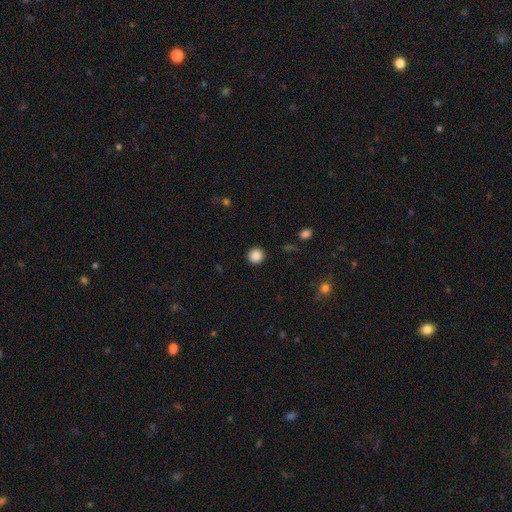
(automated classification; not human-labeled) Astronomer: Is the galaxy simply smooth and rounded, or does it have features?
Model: smooth — 88%.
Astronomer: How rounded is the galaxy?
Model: round — 92%.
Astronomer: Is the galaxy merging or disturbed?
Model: none — 91%.